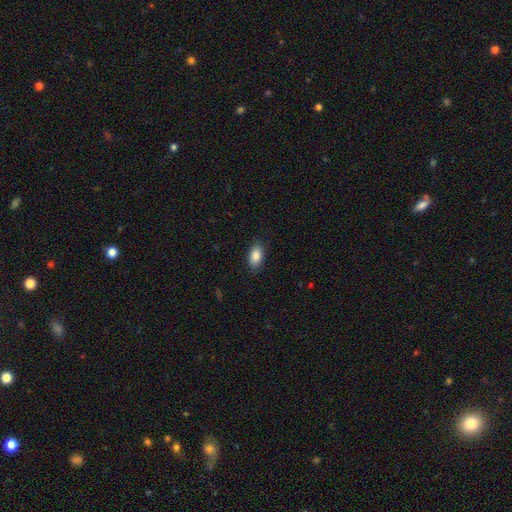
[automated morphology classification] Smooth or featured: smooth — 86% (star or artifact — 7%)
How rounded: in between — 92% (round — 5%)
Merging: none — 88% (minor disturbance — 9%)